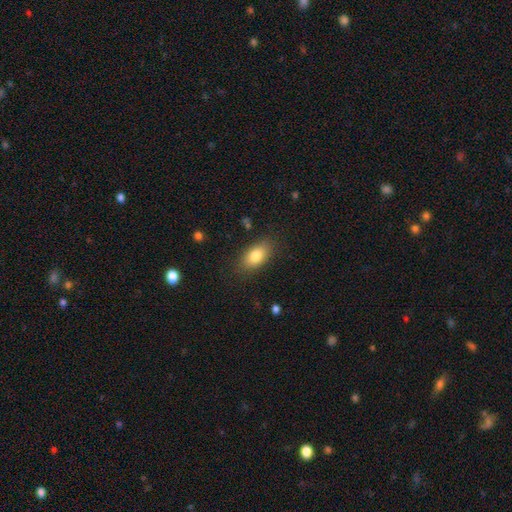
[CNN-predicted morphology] smooth-or-featured: smooth: 81% | featured or disk: 11% | star or artifact: 8%
  how-rounded: in between: 88% | round: 7% | cigar-shaped: 5%
  merging: none: 84% | minor disturbance: 12% | major disturbance: 3% | merger: 1%